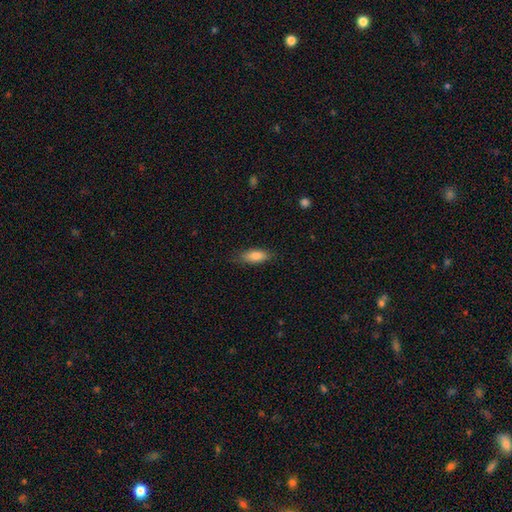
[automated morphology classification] Smooth or featured: smooth — 82% (featured or disk — 11%)
How rounded: in between — 74% (cigar-shaped — 24%)
Merging: none — 82% (minor disturbance — 14%)